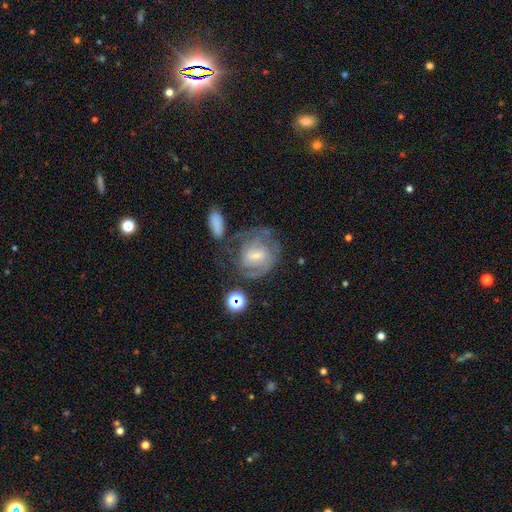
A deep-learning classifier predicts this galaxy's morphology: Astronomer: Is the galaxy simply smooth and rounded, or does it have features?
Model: featured or disk — 74%.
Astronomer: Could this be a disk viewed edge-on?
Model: no — 97%.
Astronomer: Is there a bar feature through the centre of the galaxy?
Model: weak — 47% (runner-up: no, 37%).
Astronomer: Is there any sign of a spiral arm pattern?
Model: yes — 87%.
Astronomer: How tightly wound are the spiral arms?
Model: tight — 54% (runner-up: medium, 36%).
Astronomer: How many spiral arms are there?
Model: can't tell — 38% (runner-up: 2, 36%).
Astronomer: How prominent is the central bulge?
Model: small — 66%.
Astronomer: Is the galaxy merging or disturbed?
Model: none — 56%.